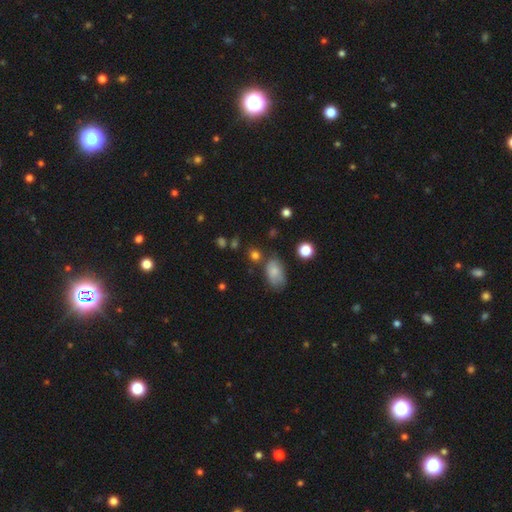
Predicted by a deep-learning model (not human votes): This appears to be a smooth galaxy with no disk features (62%) that is in between round and cigar-shaped (65%). Merging: none (66%).